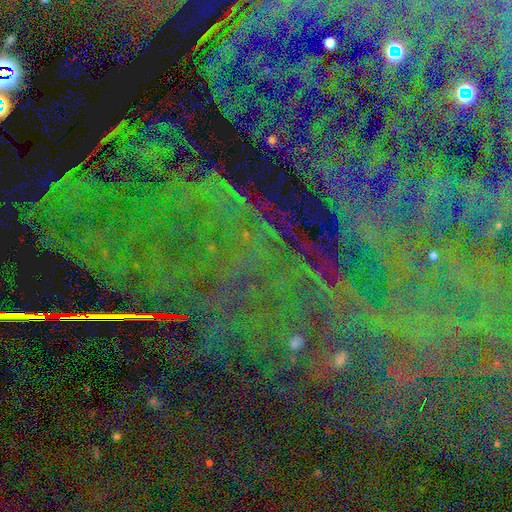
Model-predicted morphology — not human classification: star or artifact 86%, featured or disk 8%, smooth 7%.